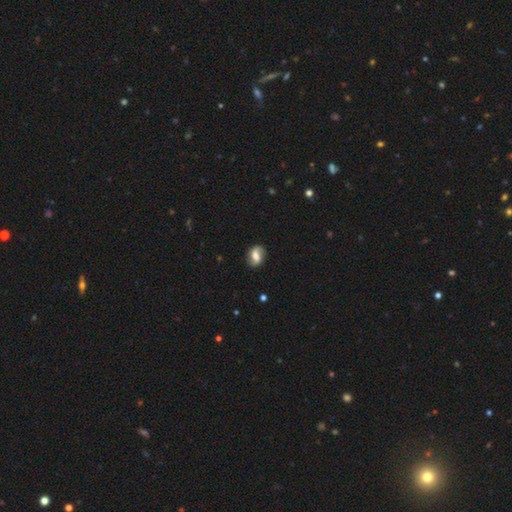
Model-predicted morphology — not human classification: Overall: featured or disk (61%; smooth 32%). Edge-on disk: no (96%). Bar: weak (45%; no 28%). Spiral arms: yes (88%). Spiral arm count: 2 (89%). Spiral winding: loose (55%; medium 32%). Bulge size: moderate (43%; large 26%). Merging: none (81%).